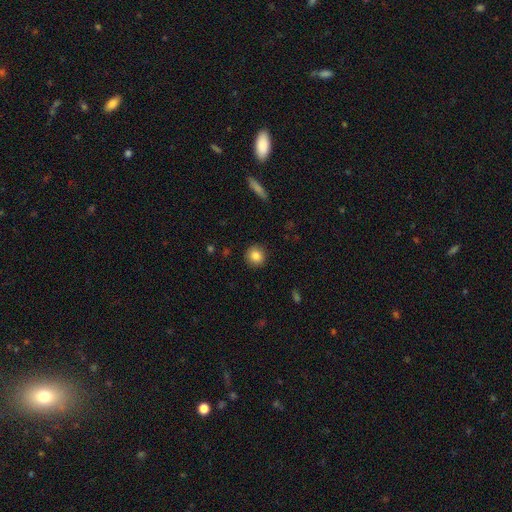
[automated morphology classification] Smooth or featured? smooth (85%)
How rounded? round (91%)
Merging? none (91%)